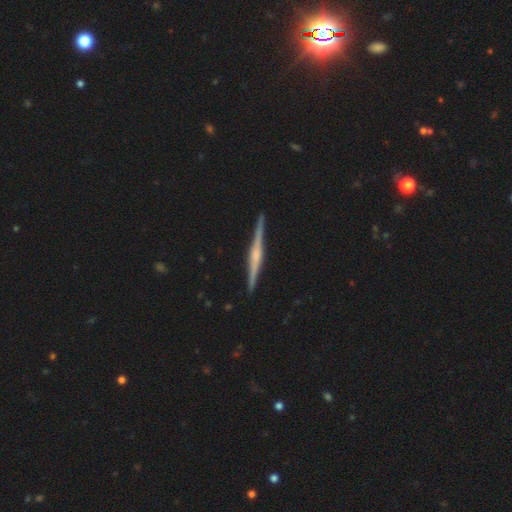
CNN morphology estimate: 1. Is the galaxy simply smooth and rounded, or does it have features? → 84% featured or disk, 11% smooth, 5% star or artifact.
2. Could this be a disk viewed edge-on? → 99% yes, 1% no.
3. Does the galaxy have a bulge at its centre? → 65% rounded, 24% boxy, 12% none.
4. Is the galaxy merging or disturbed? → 92% none, 5% minor disturbance, 1% major disturbance, 1% merger.